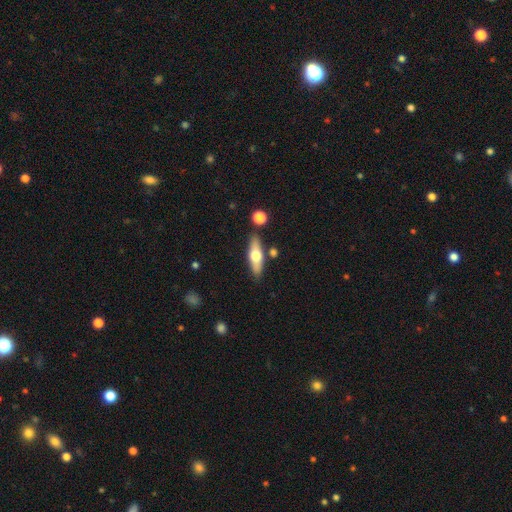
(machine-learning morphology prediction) Q: Smooth or featured?
A: smooth (51%); runner-up: featured or disk (43%)
Q: How rounded?
A: cigar-shaped (49%); runner-up: in between (47%)
Q: Merging?
A: none (82%); runner-up: minor disturbance (10%)